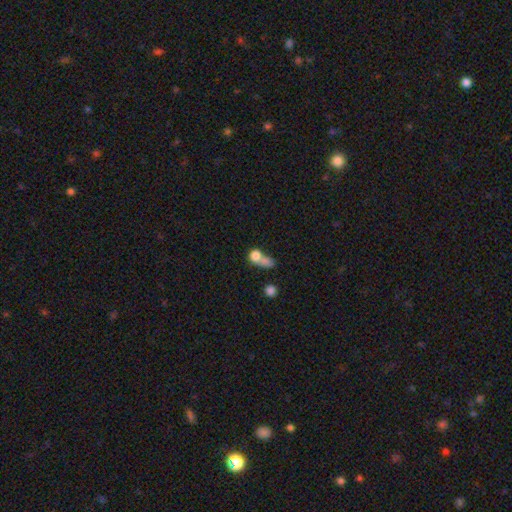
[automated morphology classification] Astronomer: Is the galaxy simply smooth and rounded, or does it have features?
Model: smooth — 74%.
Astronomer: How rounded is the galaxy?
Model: round — 63%.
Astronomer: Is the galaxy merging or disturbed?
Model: merger — 56%.